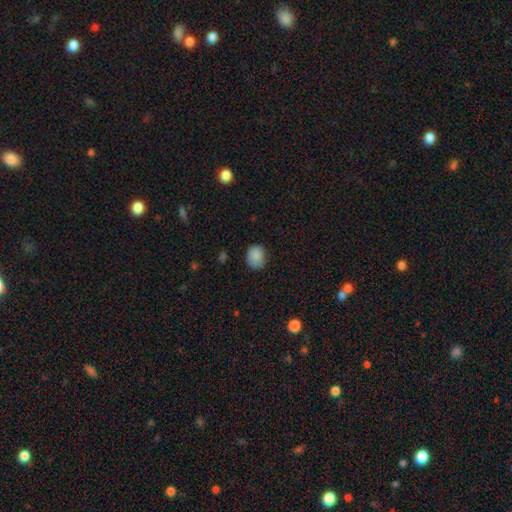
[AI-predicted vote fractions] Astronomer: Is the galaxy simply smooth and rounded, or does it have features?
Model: smooth — 86%.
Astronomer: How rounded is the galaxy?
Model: round — 59% (runner-up: in between, 40%).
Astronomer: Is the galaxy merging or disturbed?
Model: none — 77%.